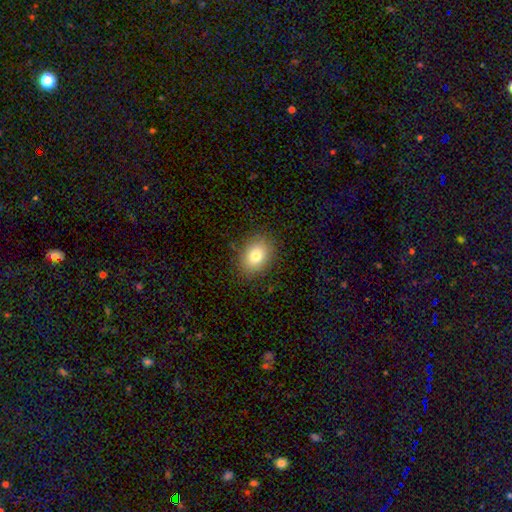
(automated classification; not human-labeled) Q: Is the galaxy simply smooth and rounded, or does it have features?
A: smooth — 79%.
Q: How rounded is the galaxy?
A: in between — 69%.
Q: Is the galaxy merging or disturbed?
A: none — 87%.